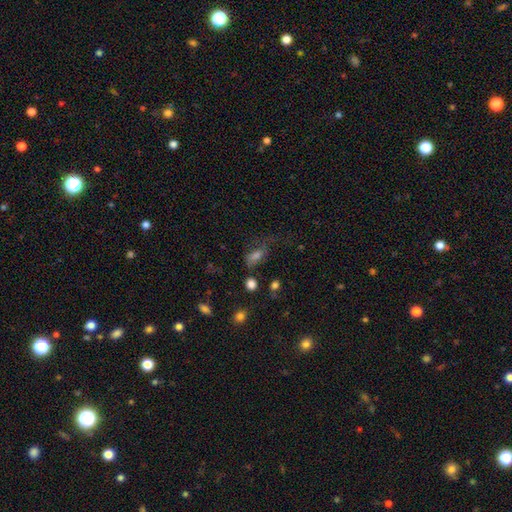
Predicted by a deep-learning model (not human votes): smooth-or-featured: smooth: 59% | star or artifact: 21% | featured or disk: 20%
  how-rounded: in between: 77% | cigar-shaped: 12% | round: 11%
  merging: none: 38% | major disturbance: 33% | minor disturbance: 24% | merger: 6%